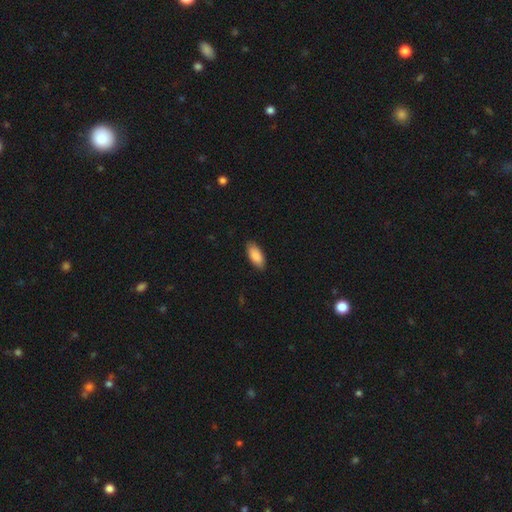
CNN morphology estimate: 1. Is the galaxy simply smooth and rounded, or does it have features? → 89% smooth, 6% star or artifact, 5% featured or disk.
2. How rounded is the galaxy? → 88% in between, 10% cigar-shaped, 2% round.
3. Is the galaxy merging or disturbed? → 87% none, 10% minor disturbance, 2% major disturbance, 1% merger.